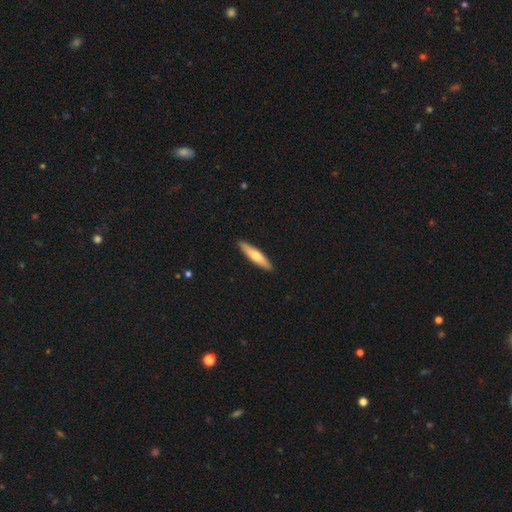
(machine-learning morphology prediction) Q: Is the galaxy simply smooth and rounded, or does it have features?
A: smooth — 63%.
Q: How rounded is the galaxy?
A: cigar-shaped — 82%.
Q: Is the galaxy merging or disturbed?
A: none — 91%.